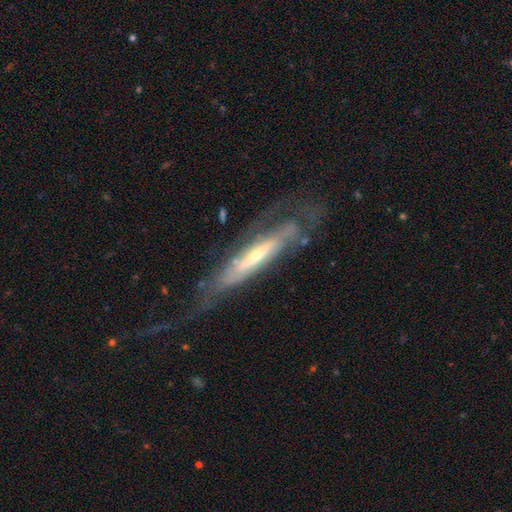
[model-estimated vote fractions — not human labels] Smooth or featured? featured or disk (77%)
Edge-on disk? yes (50%, tied with no)
Merging? none (51%)